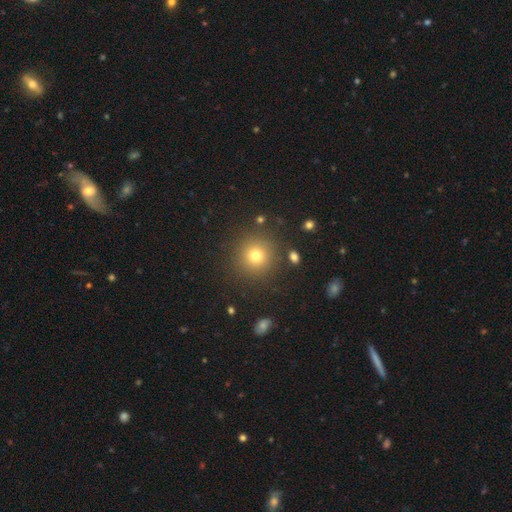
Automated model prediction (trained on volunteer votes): A smooth galaxy with no disk features (75%) that is round (94%).

Vote fractions:
- Smooth or featured? smooth: 75% / star or artifact: 16% / featured or disk: 9%
- How rounded? round: 94% / in between: 5% / cigar-shaped: 1%
- Merging? none: 88% / minor disturbance: 7% / major disturbance: 3% / merger: 2%